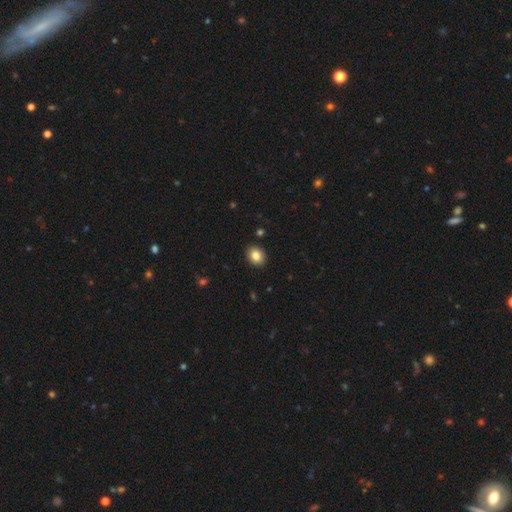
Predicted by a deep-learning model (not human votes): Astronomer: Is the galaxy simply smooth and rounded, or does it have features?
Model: smooth — 84%.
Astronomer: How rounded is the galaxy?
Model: round — 52% (runner-up: in between, 47%).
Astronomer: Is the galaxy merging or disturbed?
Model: none — 91%.